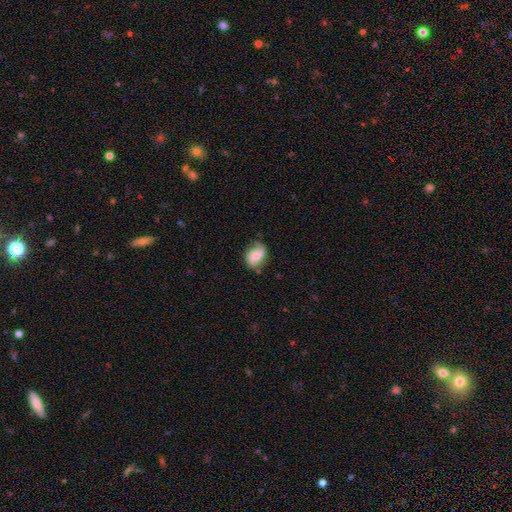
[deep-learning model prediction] This is possibly a featured or disk galaxy (50%). It is clearly not viewed edge-on (97%). Merging: likely none (65%).